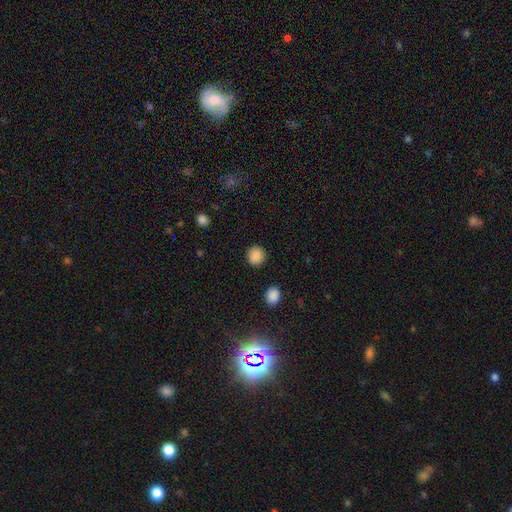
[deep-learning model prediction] Smooth or featured: smooth — 88% (star or artifact — 9%)
How rounded: round — 86% (in between — 13%)
Merging: none — 89% (minor disturbance — 7%)